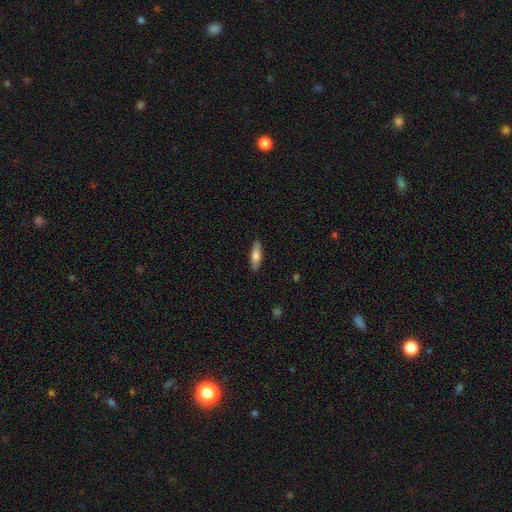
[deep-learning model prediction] The model was most divided on "how rounded" (2-way tie): cigar-shaped: 49%, in between: 49%, round: 2%. More confident: merging — none (87%); smooth or featured — smooth (68%).